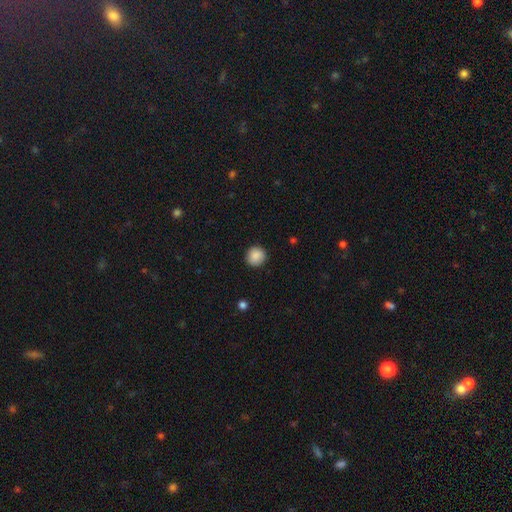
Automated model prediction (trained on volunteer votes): Overall: smooth (88%). How rounded: round (94%). Merging: none (90%).